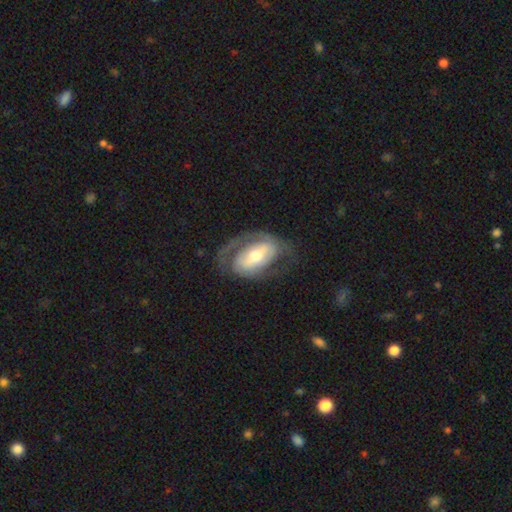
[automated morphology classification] Smooth or featured?
  - featured or disk: 71% *
  - smooth: 23%
  - star or artifact: 5%
Edge-on disk?
  - no: 94% *
  - yes: 6%
Bar?
  - strong: 39% *
  - weak: 34%
  - no: 27%
Spiral arms?
  - yes: 73% *
  - no: 27%
Bulge size?
  - moderate: 64% *
  - small: 23%
  - large: 11%
  - dominant: 1%
  - none: 1%
Merging?
  - none: 57% *
  - major disturbance: 21%
  - minor disturbance: 20%
  - merger: 2%